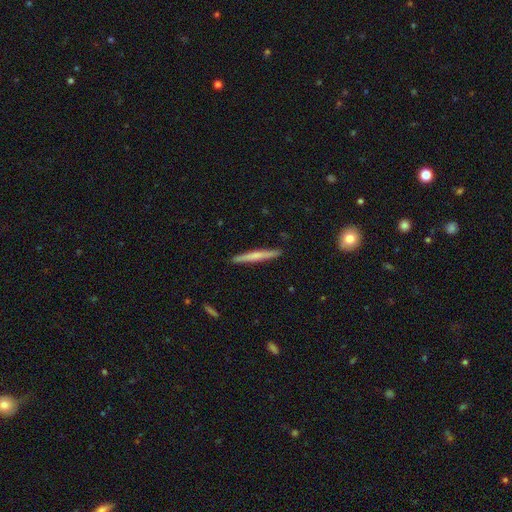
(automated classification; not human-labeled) Smooth or featured: smooth — 52% (featured or disk — 42%)
How rounded: cigar-shaped — 96% (in between — 2%)
Merging: none — 91% (minor disturbance — 7%)